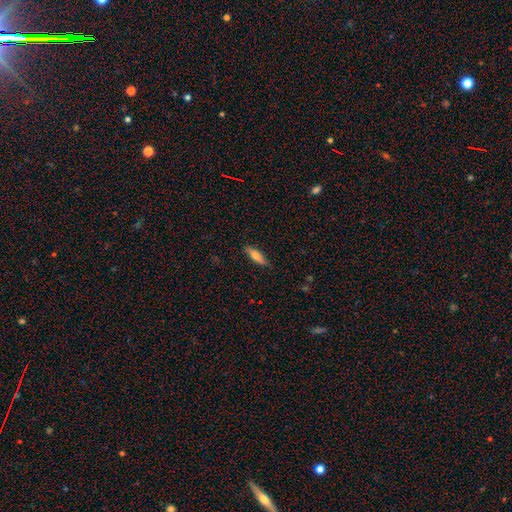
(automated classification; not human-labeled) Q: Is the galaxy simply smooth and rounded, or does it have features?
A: smooth — 68%.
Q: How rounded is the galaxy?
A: cigar-shaped — 62%.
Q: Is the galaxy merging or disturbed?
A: none — 86%.